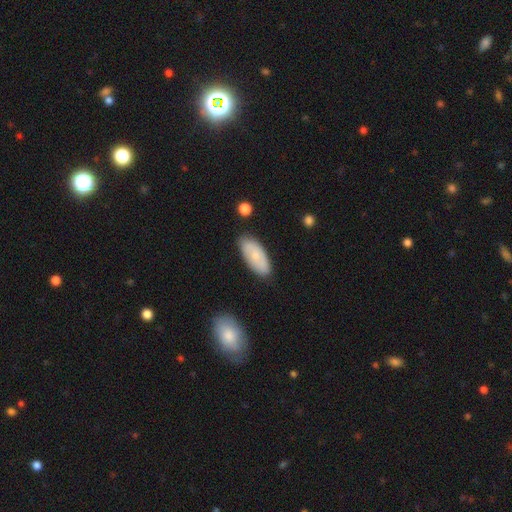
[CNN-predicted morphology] Smooth or featured? Predicted: smooth (p=0.65). How rounded? Predicted: in between (p=0.90). Merging? Predicted: none (p=0.82).